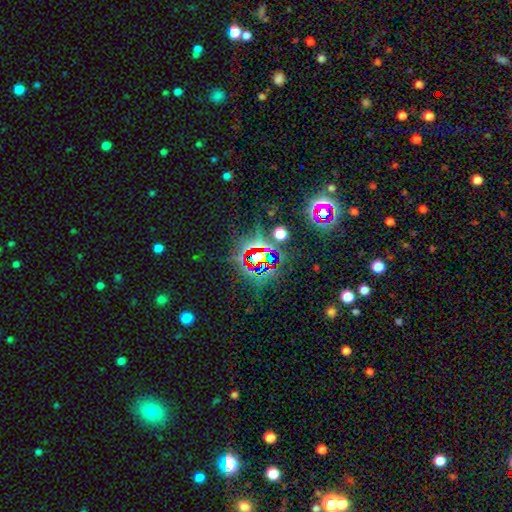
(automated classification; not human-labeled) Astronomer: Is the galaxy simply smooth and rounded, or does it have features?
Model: star or artifact — 79%.